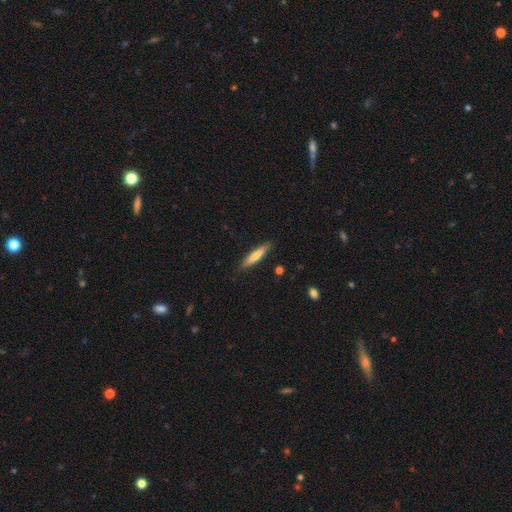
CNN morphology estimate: A smooth galaxy with no disk features (71%) that is cigar-shaped (87%).

Vote fractions:
- Smooth or featured? smooth: 71% / featured or disk: 23% / star or artifact: 6%
- How rounded? cigar-shaped: 87% / in between: 12% / round: 1%
- Merging? none: 88% / minor disturbance: 9% / major disturbance: 2% / merger: 1%